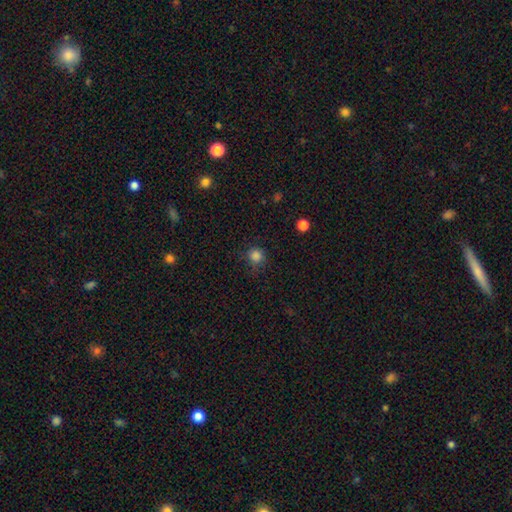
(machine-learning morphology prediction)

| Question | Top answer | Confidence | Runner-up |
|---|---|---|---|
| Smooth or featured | smooth | 83% | star or artifact (13%) |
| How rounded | round | 92% | in between (7%) |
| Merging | none | 79% | minor disturbance (15%) |